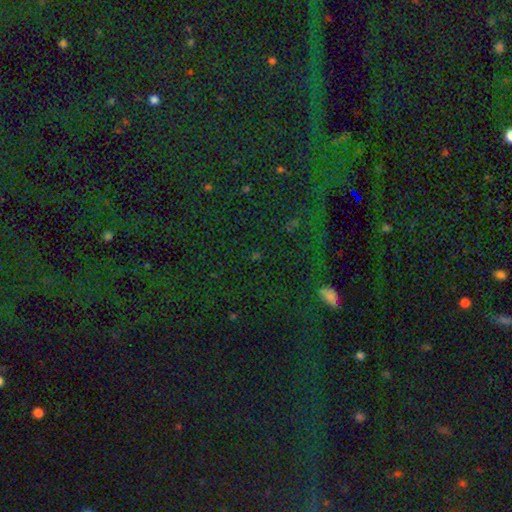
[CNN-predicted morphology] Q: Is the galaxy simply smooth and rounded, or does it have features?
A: star or artifact — 71%.